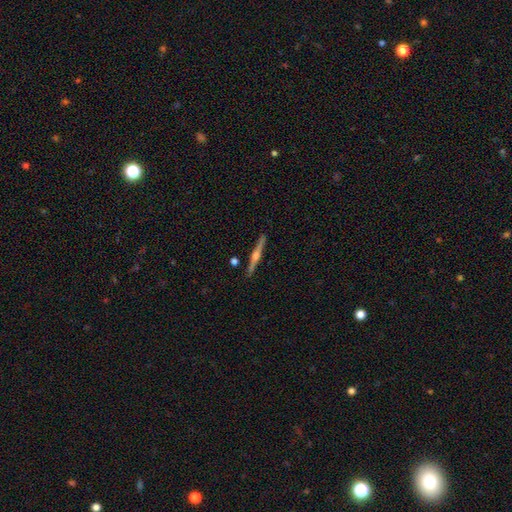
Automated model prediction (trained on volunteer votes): This appears to be a featured or disk galaxy (79%) viewed edge-on (99%) with a rounded central bulge (90%). Merging: none (91%).